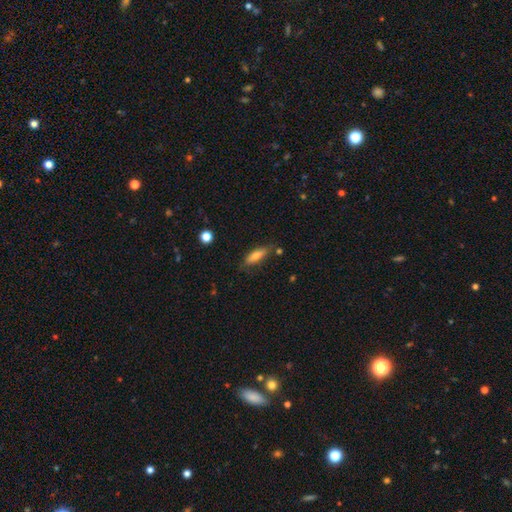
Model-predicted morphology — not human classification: A smooth galaxy with no disk features (73%) that is cigar-shaped (52%). Merging: none (76%).